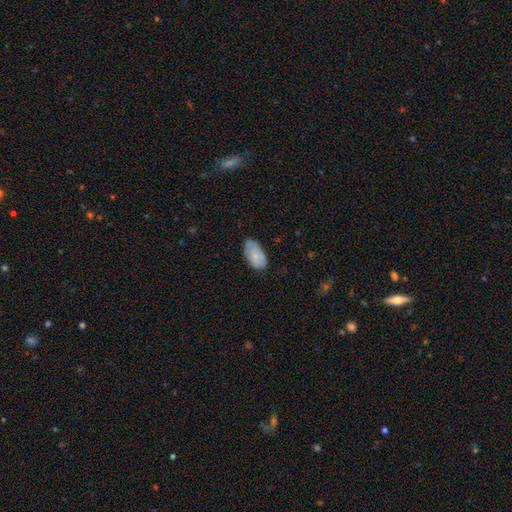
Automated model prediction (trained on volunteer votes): This appears to be a smooth galaxy with no disk features (71%) that is in between round and cigar-shaped (94%). Merging: none (66%).